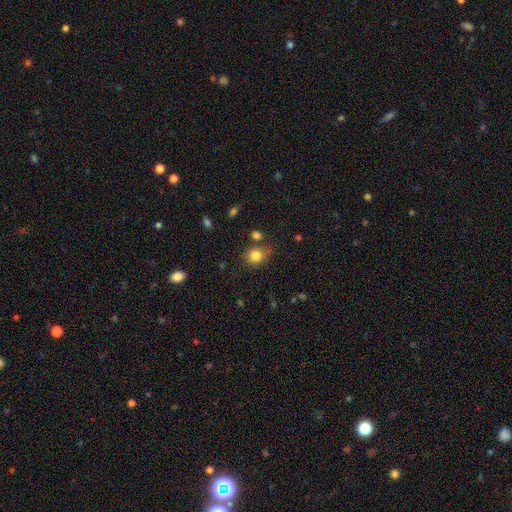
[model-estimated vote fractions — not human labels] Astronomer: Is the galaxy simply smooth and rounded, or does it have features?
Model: smooth — 83%.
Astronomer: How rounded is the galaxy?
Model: round — 74%.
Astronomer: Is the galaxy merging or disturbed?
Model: none — 74%.